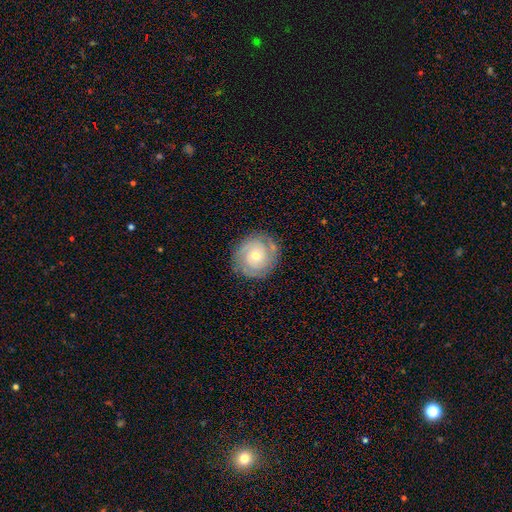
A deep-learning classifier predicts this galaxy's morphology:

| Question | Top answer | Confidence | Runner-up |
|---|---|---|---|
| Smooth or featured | featured or disk | 71% | smooth (22%) |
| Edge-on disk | no | 97% | yes (3%) |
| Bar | no | 81% | weak (16%) |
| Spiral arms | yes | 88% | no (12%) |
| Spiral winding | tight | 73% | medium (21%) |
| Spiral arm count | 2 | 47% | can't tell (25%) |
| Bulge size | moderate | 49% | small (48%) |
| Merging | none | 82% | minor disturbance (12%) |